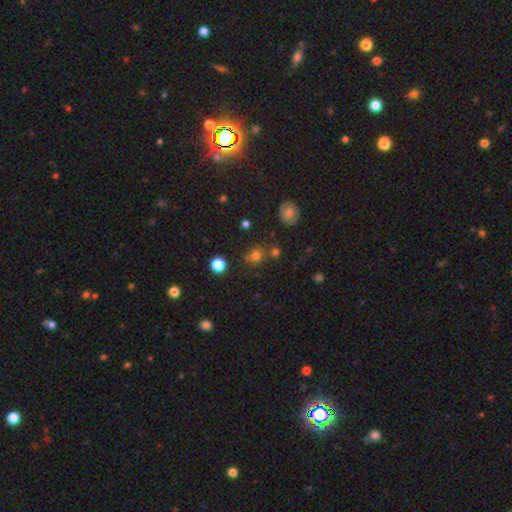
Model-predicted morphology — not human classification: Smooth or featured: smooth — 72% (star or artifact — 21%)
How rounded: round — 84% (in between — 15%)
Merging: none — 72% (merger — 14%)